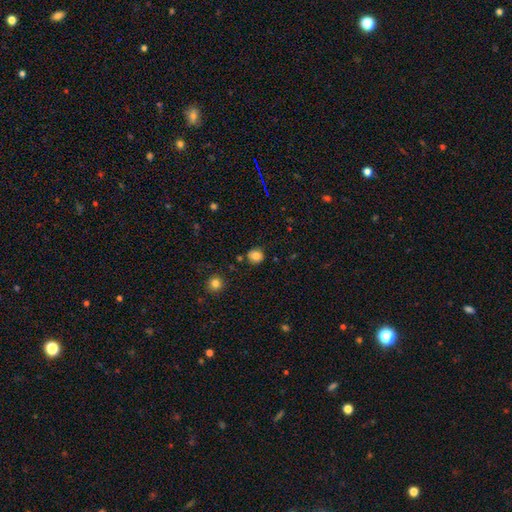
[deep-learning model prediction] Smooth or featured?
  - smooth: 82% *
  - star or artifact: 11%
  - featured or disk: 6%
How rounded?
  - round: 85% *
  - in between: 14%
  - cigar-shaped: 1%
Merging?
  - none: 84% *
  - minor disturbance: 11%
  - merger: 3%
  - major disturbance: 3%